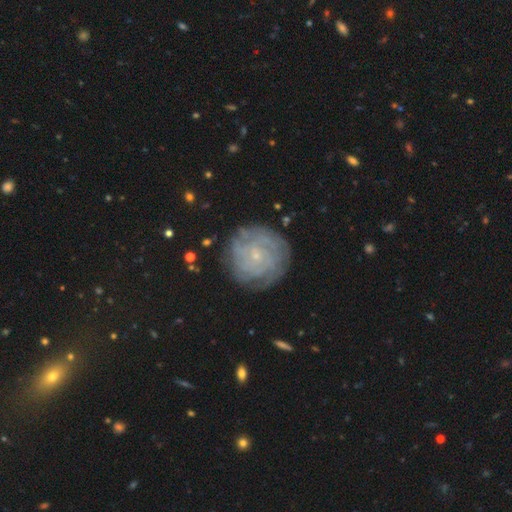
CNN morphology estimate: This appears to be a featured or disk galaxy (71%) with no bar (76%), tight (78%) spiral arms (90%) and a small central bulge (84%). Merging: none (81%).